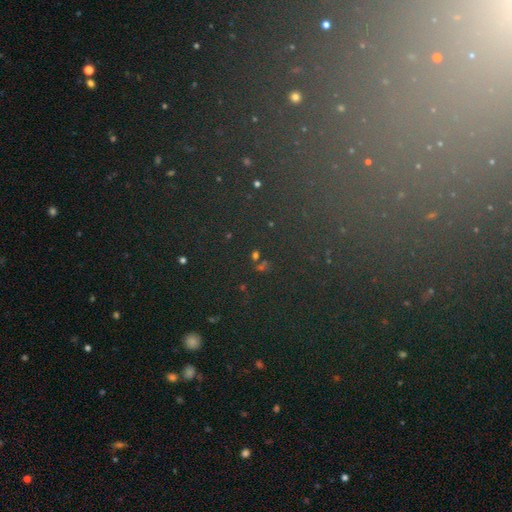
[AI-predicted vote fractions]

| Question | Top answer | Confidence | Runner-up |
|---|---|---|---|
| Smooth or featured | star or artifact | 72% | smooth (17%) |